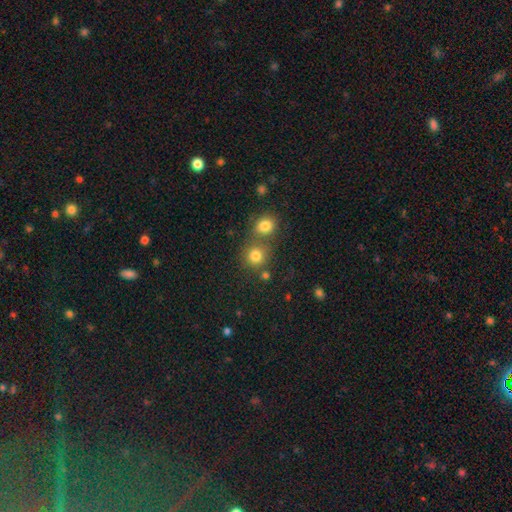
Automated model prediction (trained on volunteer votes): The model was most divided on "merging": none: 59%, merger: 29%, minor disturbance: 8%, major disturbance: 3%. More confident: how rounded — round (88%); smooth or featured — smooth (79%).